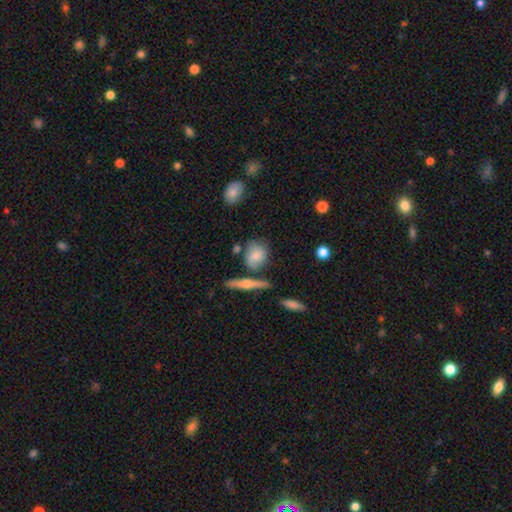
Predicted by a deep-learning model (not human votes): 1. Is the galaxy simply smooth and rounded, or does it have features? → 72% smooth, 20% featured or disk, 8% star or artifact.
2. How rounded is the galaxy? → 50% round, 44% in between, 6% cigar-shaped.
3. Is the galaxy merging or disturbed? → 58% none, 21% minor disturbance, 14% merger, 7% major disturbance.